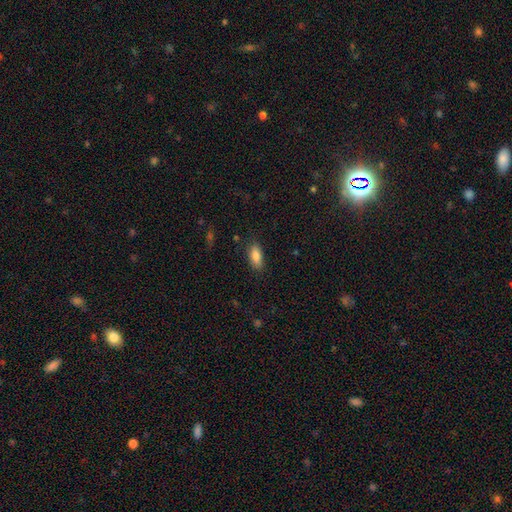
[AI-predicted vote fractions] smooth-or-featured: smooth: 85% | star or artifact: 8% | featured or disk: 7%
  how-rounded: in between: 85% | cigar-shaped: 12% | round: 3%
  merging: none: 84% | minor disturbance: 12% | major disturbance: 3% | merger: 1%